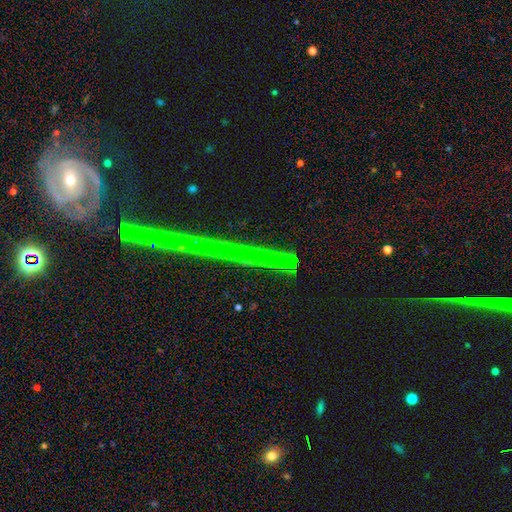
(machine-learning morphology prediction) type=star or artifact (68%).